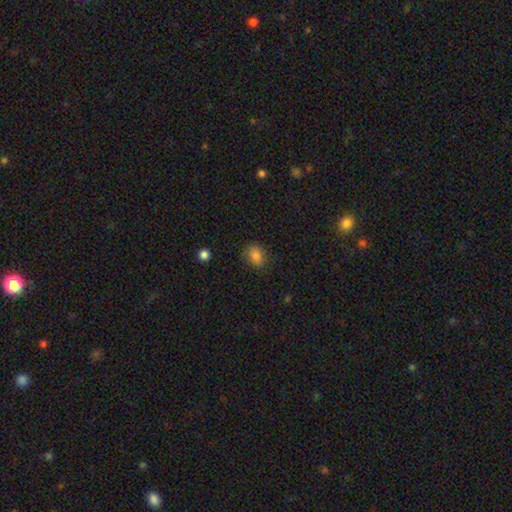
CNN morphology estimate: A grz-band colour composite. It shows a smooth galaxy with no disk features (82%) that is in between round and cigar-shaped (64%). Merging: none (77%).